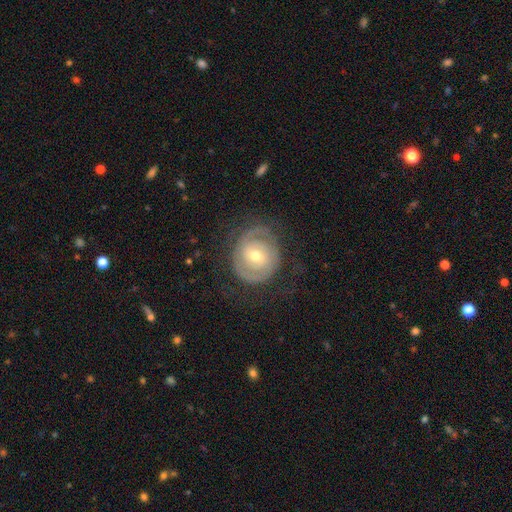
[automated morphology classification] This appears to be a featured or disk galaxy (80%) with no bar (53%), 2 (56%) tight (68%) spiral arms (88%) and a moderate central bulge (60%). Merging: none (71%).